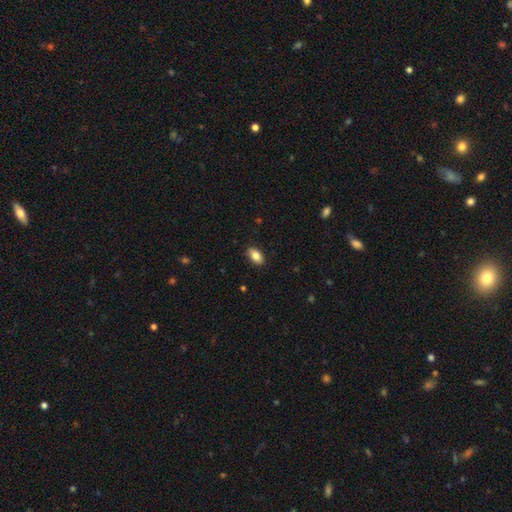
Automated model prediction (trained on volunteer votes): Smooth or featured? smooth (83%)
How rounded? in between (91%)
Merging? none (87%)